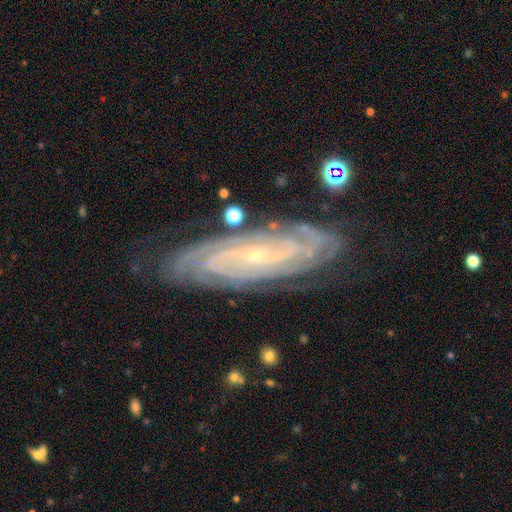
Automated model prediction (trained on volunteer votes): Morphology: type=featured or disk (88%); edge-on=no (89%); bar=no (61%); spiral arms=yes (98%); winding=tight (81%); arm count=can't tell (28%); bulge=small (85%); merging=none (80%).